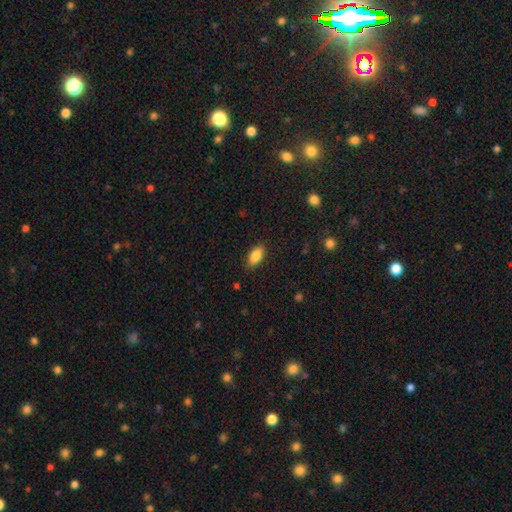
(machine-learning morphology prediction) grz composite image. It shows a smooth galaxy with no disk features (85%) that is in between round and cigar-shaped (90%). Merging: none (87%).